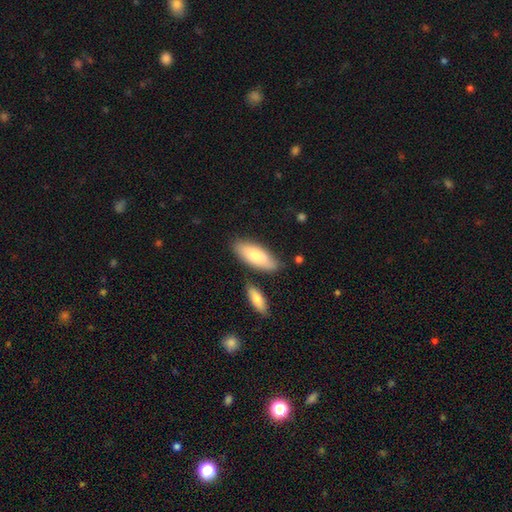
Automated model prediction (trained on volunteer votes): Overall: smooth (78%). How rounded: in between (75%). Merging: none (76%).